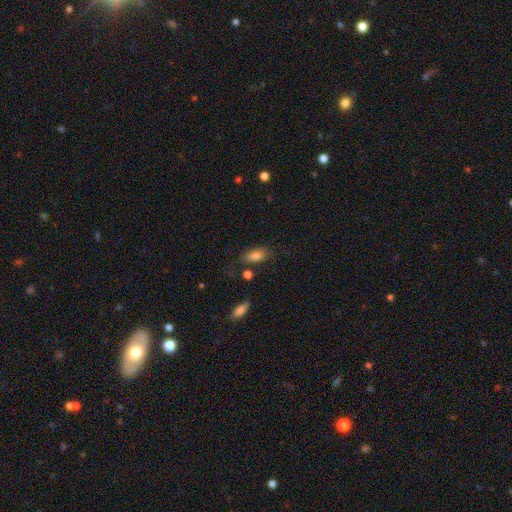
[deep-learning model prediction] smooth 81%, featured or disk 10%, star or artifact 9%. Down the decision tree: how rounded — in between (88%); merging — none (69%).